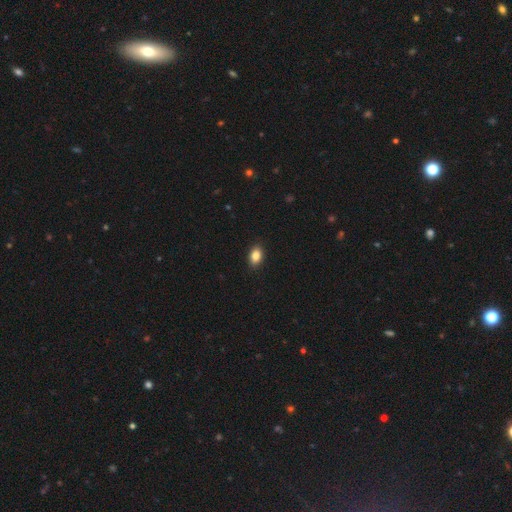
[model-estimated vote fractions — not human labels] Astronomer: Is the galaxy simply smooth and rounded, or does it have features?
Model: smooth — 85%.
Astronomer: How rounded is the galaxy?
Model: in between — 85%.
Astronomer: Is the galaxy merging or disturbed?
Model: none — 90%.